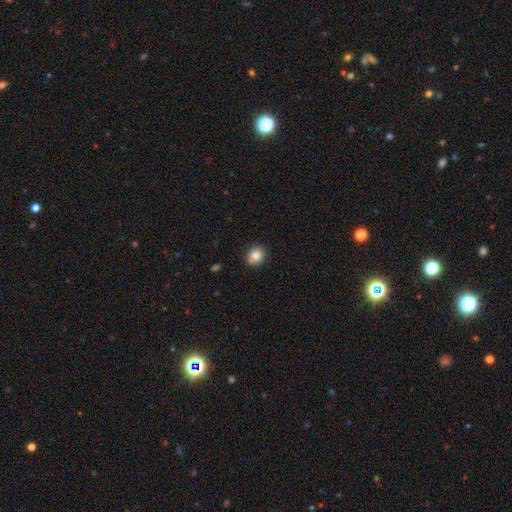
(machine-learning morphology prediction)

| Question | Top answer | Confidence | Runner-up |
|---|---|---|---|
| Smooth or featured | smooth | 84% | star or artifact (10%) |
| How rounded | round | 79% | in between (20%) |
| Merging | none | 80% | minor disturbance (13%) |